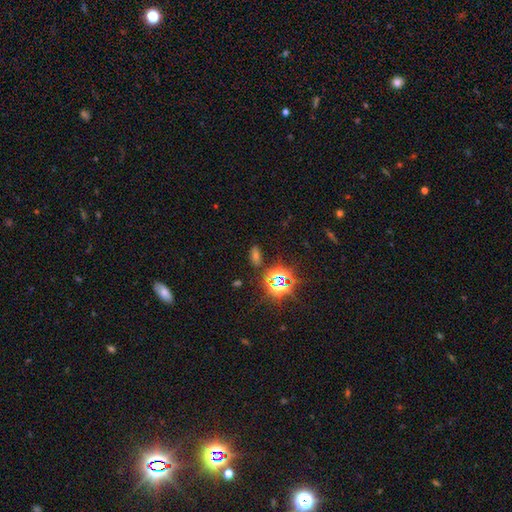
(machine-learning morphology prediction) Smooth or featured? Predicted: star or artifact (p=0.49).